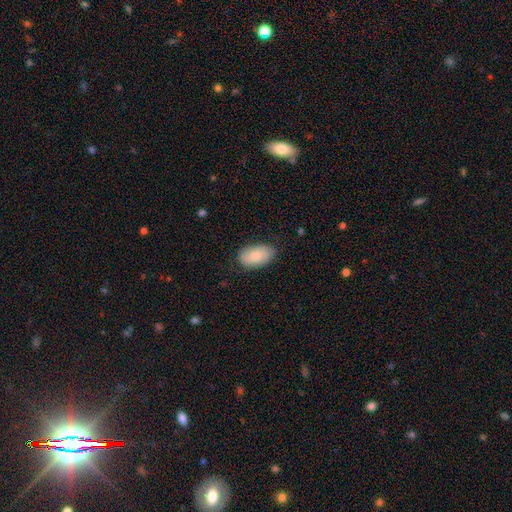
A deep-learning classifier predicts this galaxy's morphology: Q: Smooth or featured?
A: smooth (82%); runner-up: featured or disk (12%)
Q: How rounded?
A: in between (94%); runner-up: round (4%)
Q: Merging?
A: none (80%); runner-up: minor disturbance (16%)